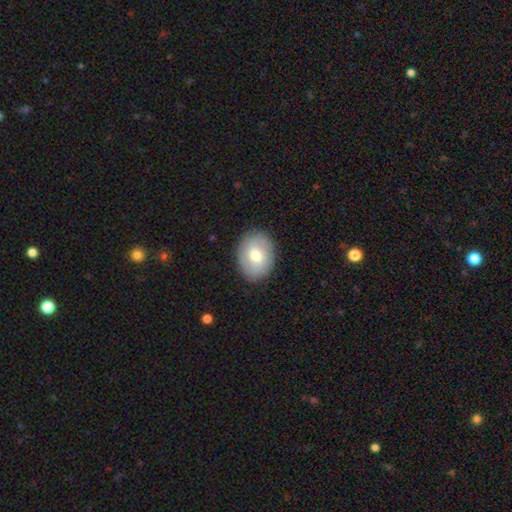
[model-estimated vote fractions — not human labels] Smooth or featured? Predicted: smooth (p=0.64). How rounded? Predicted: in between (p=0.61). Merging? Predicted: none (p=0.86).